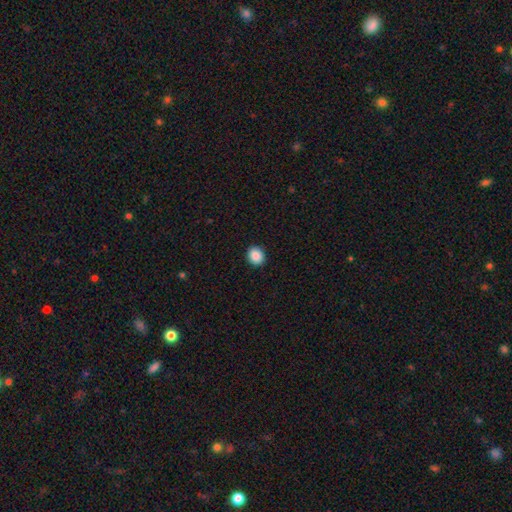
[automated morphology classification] smooth 89%, star or artifact 8%, featured or disk 3%. Down the decision tree: how rounded — round (70%); merging — none (92%).